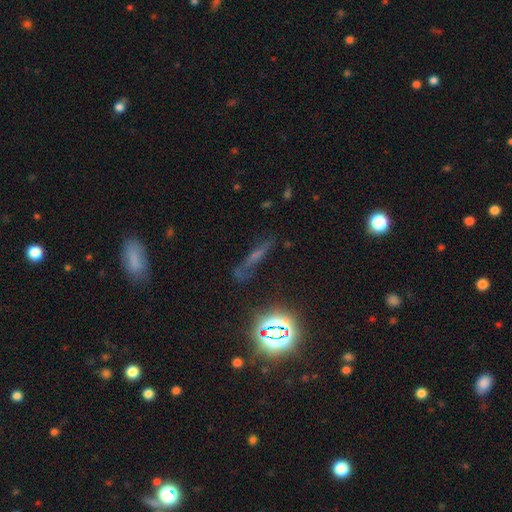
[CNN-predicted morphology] Smooth or featured: star or artifact — 39% (smooth — 32%)